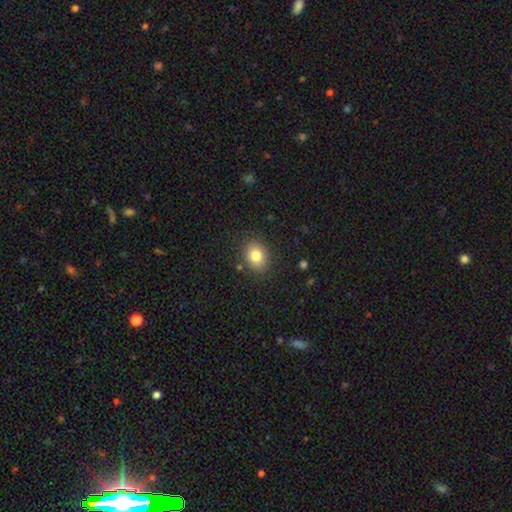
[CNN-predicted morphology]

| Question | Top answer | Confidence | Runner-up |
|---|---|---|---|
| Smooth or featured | smooth | 81% | star or artifact (10%) |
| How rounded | round | 56% | in between (43%) |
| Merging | none | 85% | minor disturbance (10%) |